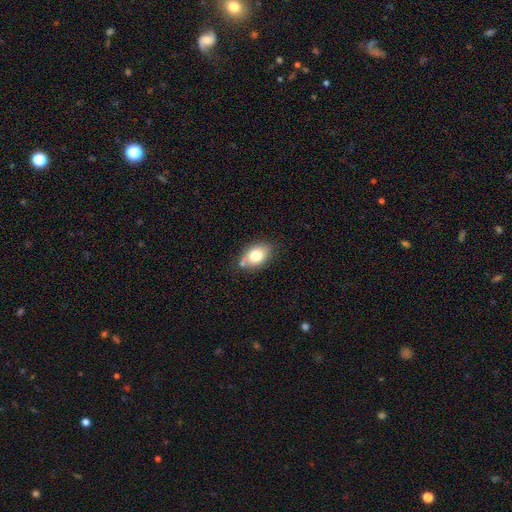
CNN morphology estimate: Smooth or featured: smooth — 77% (featured or disk — 15%)
How rounded: in between — 84% (round — 14%)
Merging: none — 65% (minor disturbance — 22%)